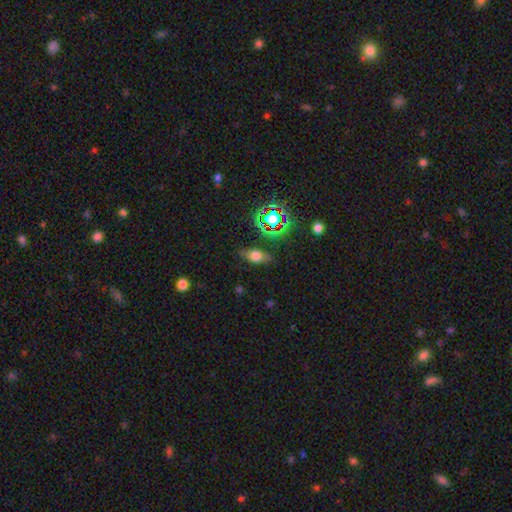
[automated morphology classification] A smooth galaxy with no disk features (57%) that is in between round and cigar-shaped (71%).

Vote fractions:
- Smooth or featured? smooth: 57% / featured or disk: 24% / star or artifact: 19%
- How rounded? in between: 71% / round: 15% / cigar-shaped: 14%
- Merging? none: 79% / minor disturbance: 15% / major disturbance: 4% / merger: 2%